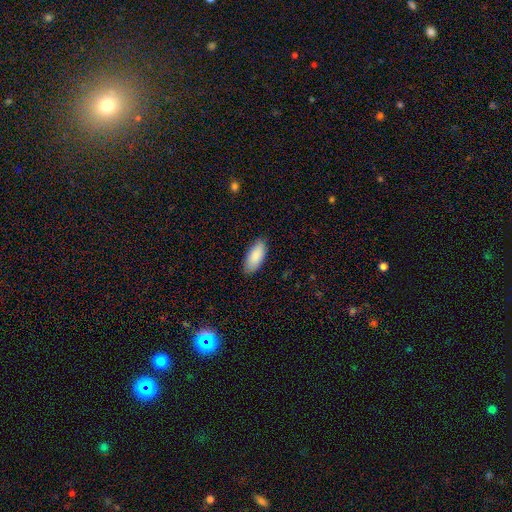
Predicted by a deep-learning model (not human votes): smooth_or_featured: smooth (p=0.89) [alt: featured or disk p=0.06]
how_rounded: in between (p=0.89) [alt: cigar-shaped p=0.09]
merging: none (p=0.86) [alt: minor disturbance p=0.11]